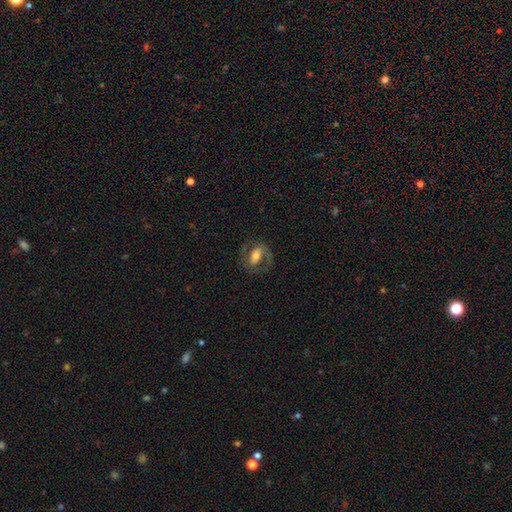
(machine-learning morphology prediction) Overall: featured or disk (57%; smooth 36%). Edge-on disk: no (95%). Bar: no (35%; weak 34%). Spiral arms: yes (68%; no 32%). Bulge size: moderate (58%; small 21%). Merging: none (67%).